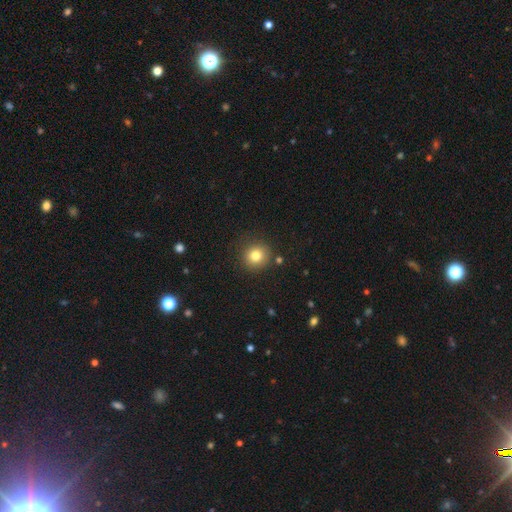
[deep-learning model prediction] The model was most divided on "smooth or featured": smooth: 80%, star or artifact: 12%, featured or disk: 8%. More confident: how rounded — round (91%); merging — none (86%).